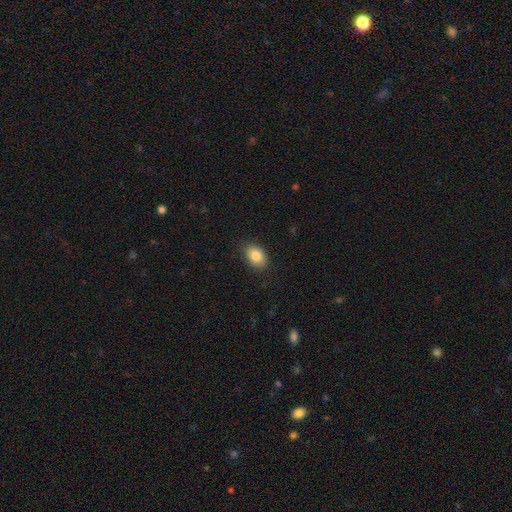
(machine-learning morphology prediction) A smooth galaxy with no disk features (86%) that is in between round and cigar-shaped (82%). Merging: none (86%).